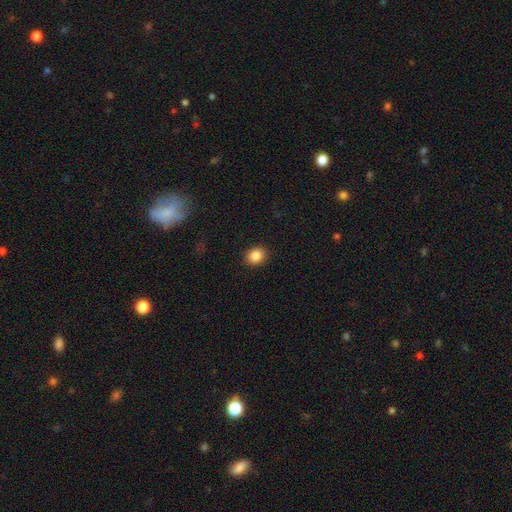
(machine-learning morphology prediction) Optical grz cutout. It shows a smooth galaxy with no disk features (86%) that is round (63%). Merging: none (91%).